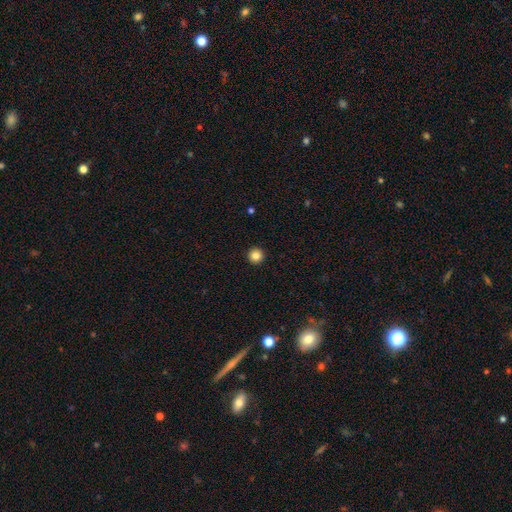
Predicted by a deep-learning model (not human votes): Smooth or featured?
  - smooth: 84% *
  - star or artifact: 11%
  - featured or disk: 5%
How rounded?
  - round: 96% *
  - in between: 3%
  - cigar-shaped: 1%
Merging?
  - none: 94% *
  - minor disturbance: 4%
  - major disturbance: 1%
  - merger: 1%